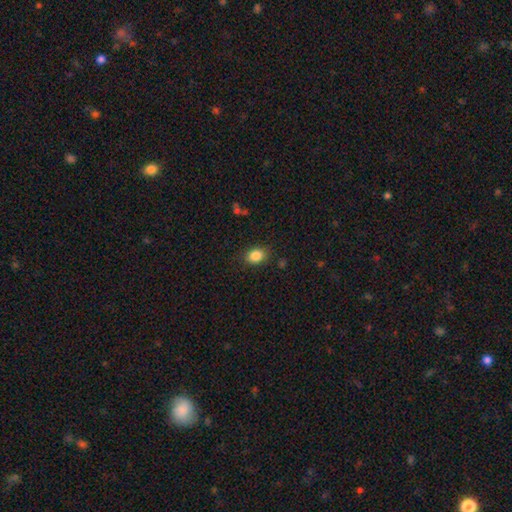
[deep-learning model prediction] The model was most divided on "how rounded": in between: 68%, round: 31%, cigar-shaped: 1%. More confident: smooth or featured — smooth (86%); merging — none (85%).